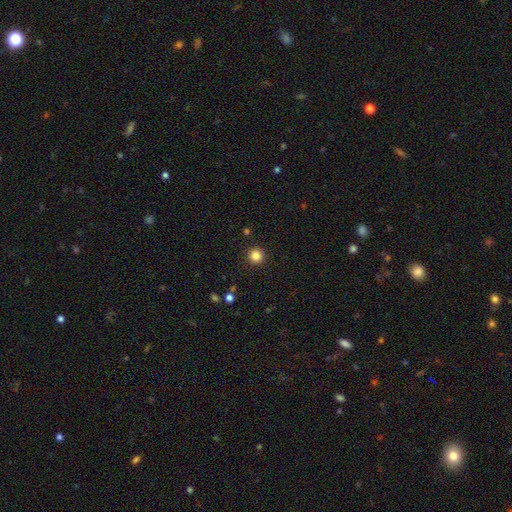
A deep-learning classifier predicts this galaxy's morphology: smooth_or_featured: smooth (p=0.84) [alt: star or artifact p=0.12]
how_rounded: round (p=0.95) [alt: in between p=0.04]
merging: none (p=0.93) [alt: minor disturbance p=0.04]